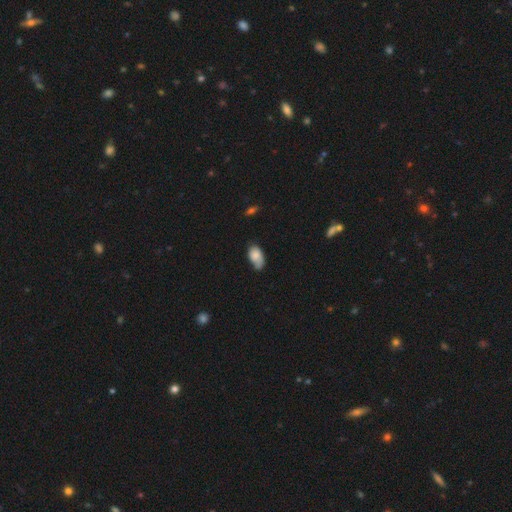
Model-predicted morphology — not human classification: smooth_or_featured: smooth (p=0.79) [alt: featured or disk p=0.14]
how_rounded: in between (p=0.92) [alt: round p=0.06]
merging: minor disturbance (p=0.43) [alt: none p=0.42]